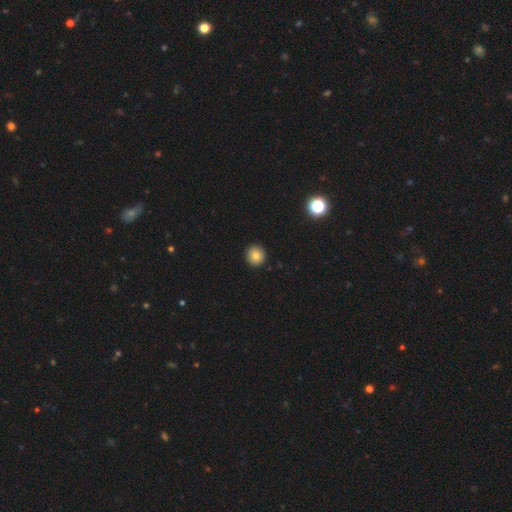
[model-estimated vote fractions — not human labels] This is clearly a smooth galaxy (81%). How rounded: clearly round (93%). Merging: clearly none (93%).